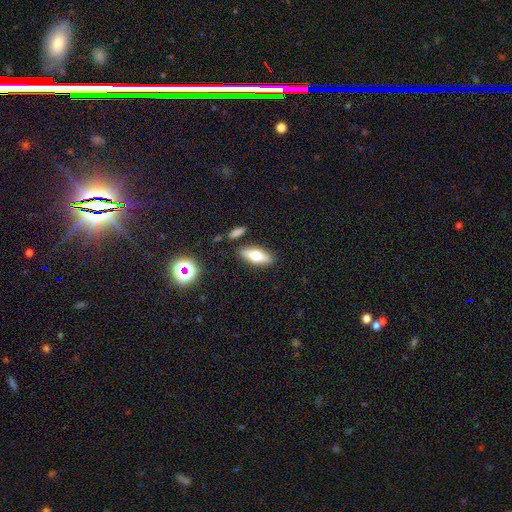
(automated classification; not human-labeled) Smooth or featured? smooth (60%)
How rounded? in between (68%)
Merging? none (83%)